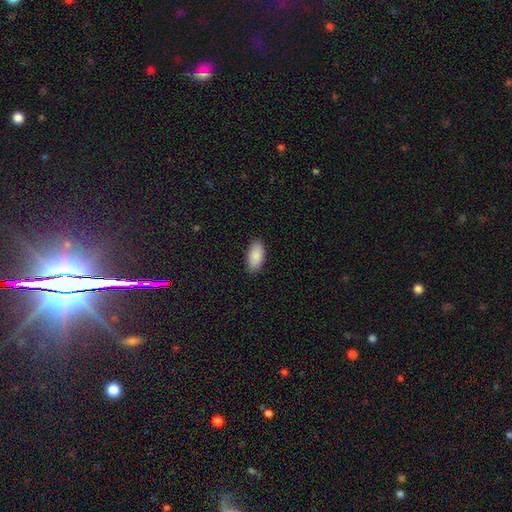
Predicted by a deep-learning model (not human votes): This is clearly a smooth galaxy (90%). How rounded: clearly in between (94%). Merging: clearly none (89%).